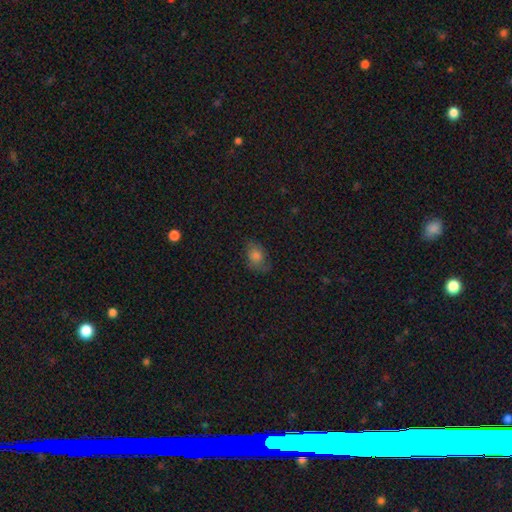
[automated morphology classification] This is likely a smooth galaxy (67%). How rounded: likely in between (68%). Merging: likely none (67%).